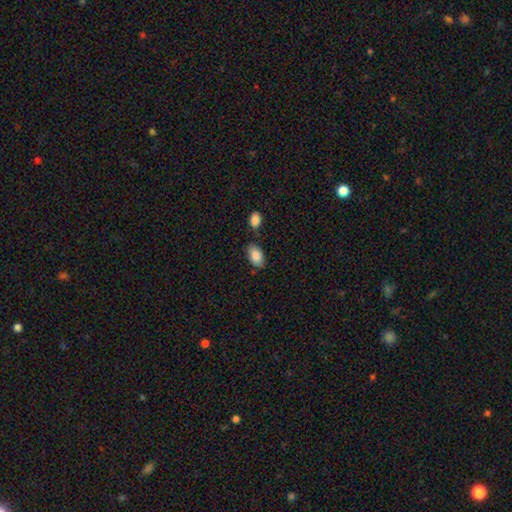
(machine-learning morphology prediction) Smooth or featured? Predicted: smooth (p=0.87). How rounded? Predicted: in between (p=0.92). Merging? Predicted: none (p=0.72).